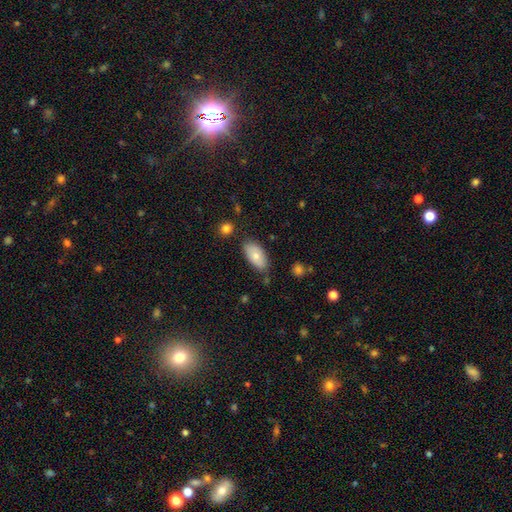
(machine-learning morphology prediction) The model was most divided on "merging": none: 73%, minor disturbance: 19%, merger: 4%, major disturbance: 4%. More confident: how rounded — in between (93%); smooth or featured — smooth (76%).